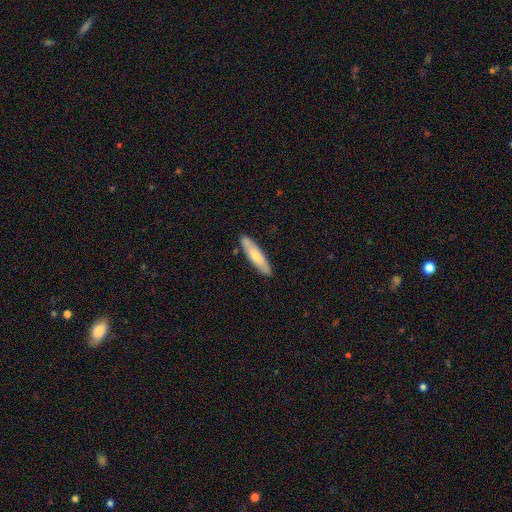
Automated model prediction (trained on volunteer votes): This is likely a smooth galaxy (61%). How rounded: likely cigar-shaped (78%). Merging: clearly none (85%).